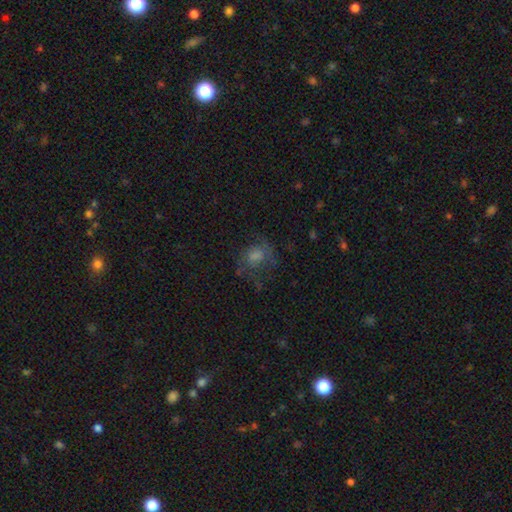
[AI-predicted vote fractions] Morphology: type=smooth (44%); merging=none (57%).